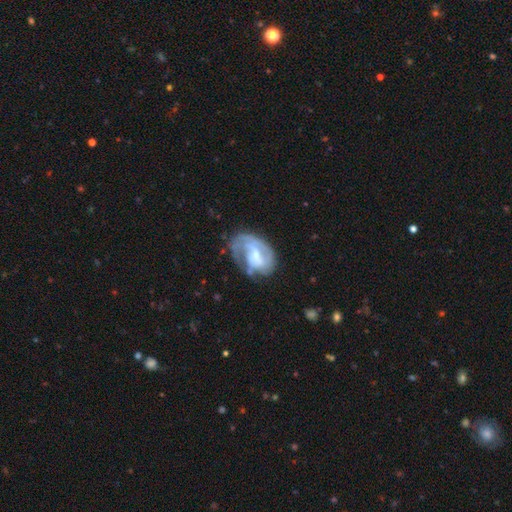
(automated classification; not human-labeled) Morphology: type=featured or disk (73%); edge-on=no (97%); bar=weak (49%); spiral arms=yes (82%); winding=tight (44%); arm count=2 (34%); bulge=small (50%); merging=none (46%).